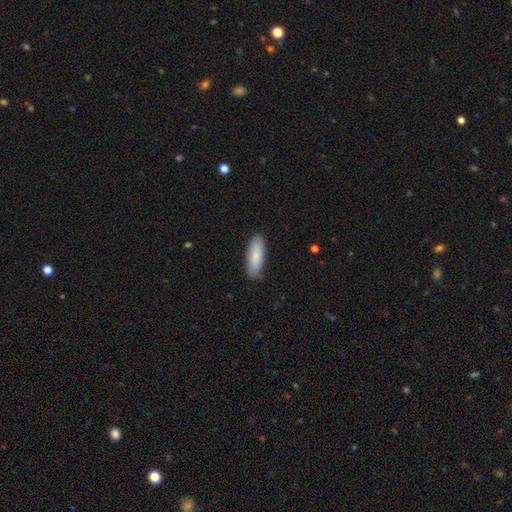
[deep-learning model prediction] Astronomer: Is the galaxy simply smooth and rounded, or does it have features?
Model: smooth — 84%.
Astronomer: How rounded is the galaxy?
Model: in between — 63%.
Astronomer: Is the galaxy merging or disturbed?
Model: none — 86%.